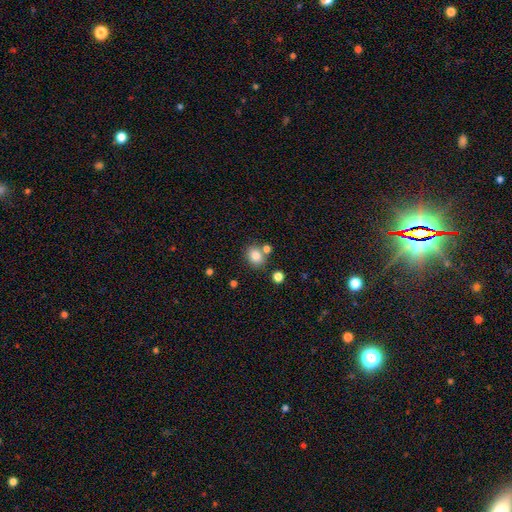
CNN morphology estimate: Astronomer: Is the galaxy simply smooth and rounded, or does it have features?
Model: smooth — 81%.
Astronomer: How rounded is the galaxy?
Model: round — 61% (runner-up: in between, 38%).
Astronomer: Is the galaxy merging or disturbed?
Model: none — 70%.